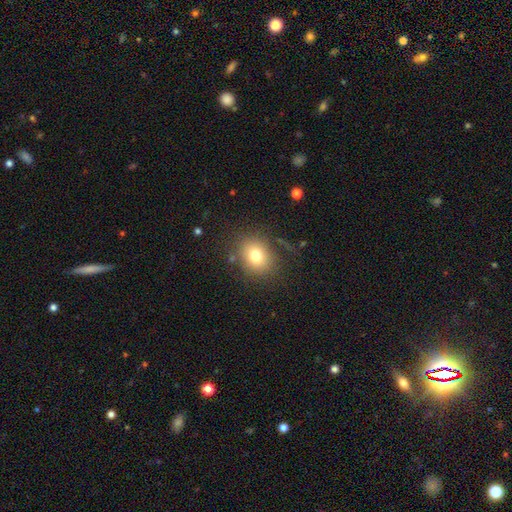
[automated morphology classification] Smooth or featured: smooth — 76% (star or artifact — 12%)
How rounded: round — 57% (in between — 42%)
Merging: none — 80% (minor disturbance — 12%)